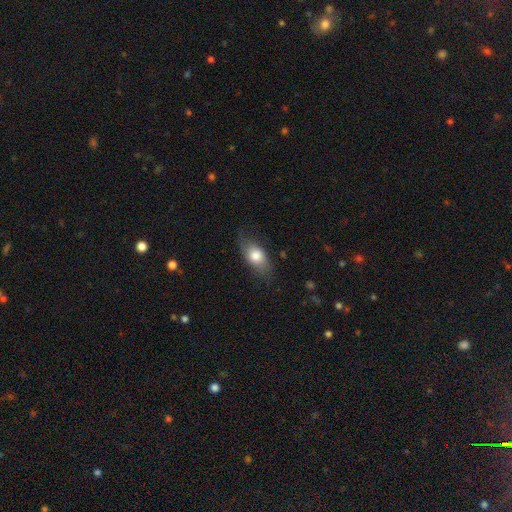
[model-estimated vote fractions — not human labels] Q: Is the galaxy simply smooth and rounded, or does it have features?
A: smooth — 74%.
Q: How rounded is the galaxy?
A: in between — 84%.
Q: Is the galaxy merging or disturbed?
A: none — 70%.